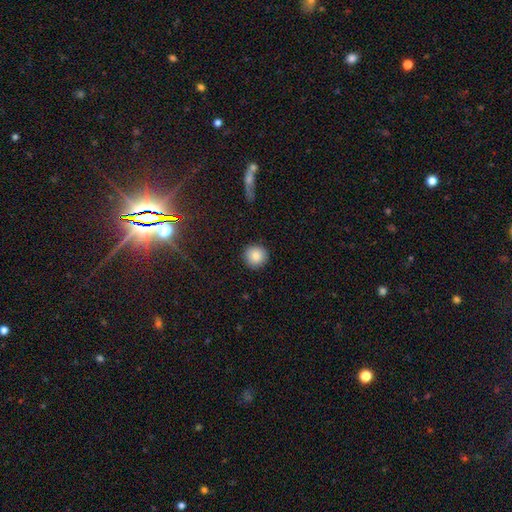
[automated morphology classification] type=smooth (84%); roundness=round (95%); merging=none (91%).